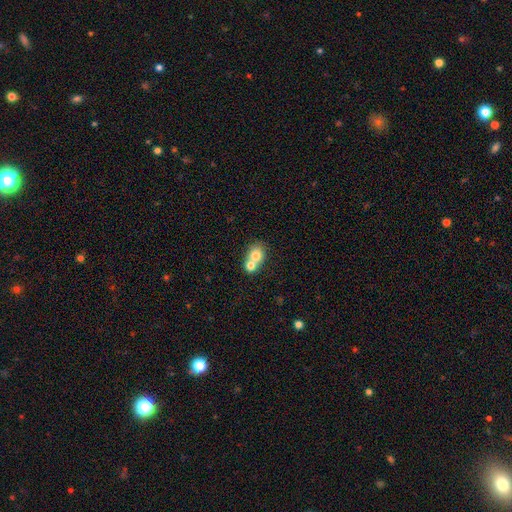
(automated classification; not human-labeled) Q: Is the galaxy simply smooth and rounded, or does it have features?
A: smooth — 74%.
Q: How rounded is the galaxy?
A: round — 62%.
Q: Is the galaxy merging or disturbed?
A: merger — 69%.